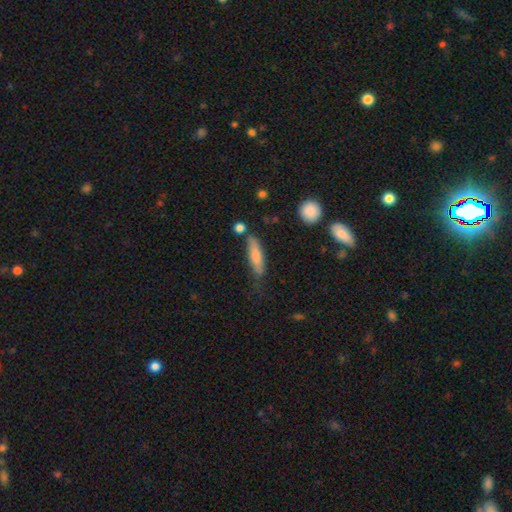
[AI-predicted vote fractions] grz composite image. It shows a smooth galaxy with no disk features (75%) that is cigar-shaped (68%). Merging: none (59%).